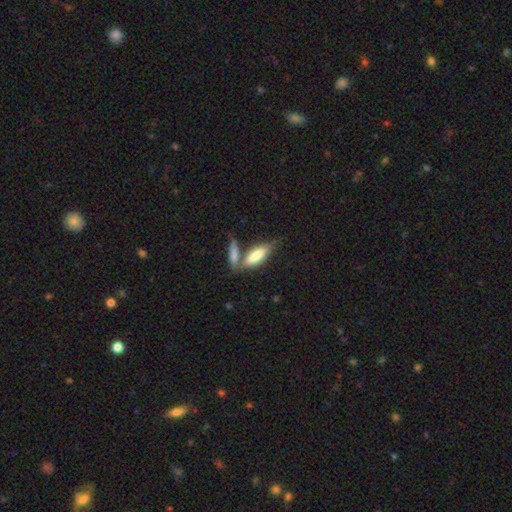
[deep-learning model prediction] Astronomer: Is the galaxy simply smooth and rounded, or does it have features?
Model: smooth — 74%.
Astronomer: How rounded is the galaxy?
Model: in between — 51% (runner-up: cigar-shaped, 47%).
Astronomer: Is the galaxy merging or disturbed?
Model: none — 40%, tied with merger at 40%.